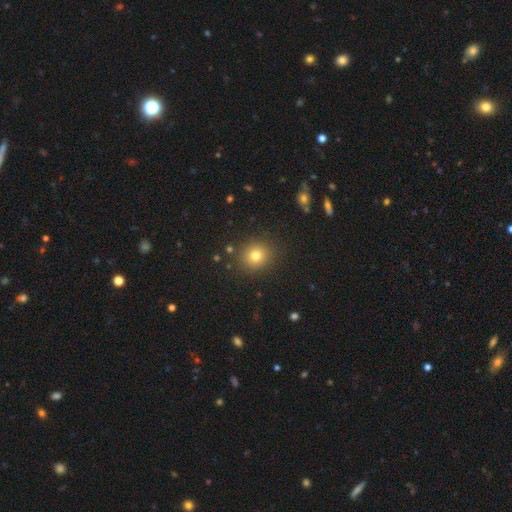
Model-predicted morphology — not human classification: Smooth or featured? Predicted: smooth (p=0.77). How rounded? Predicted: round (p=0.83). Merging? Predicted: none (p=0.88).